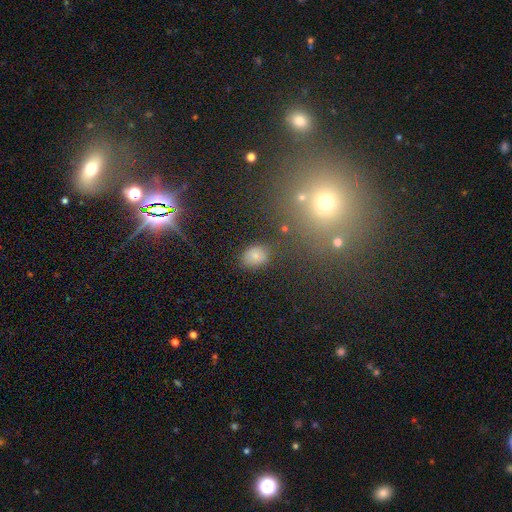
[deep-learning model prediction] Smooth or featured? Predicted: smooth (p=0.76). How rounded? Predicted: in between (p=0.60). Merging? Predicted: none (p=0.76).